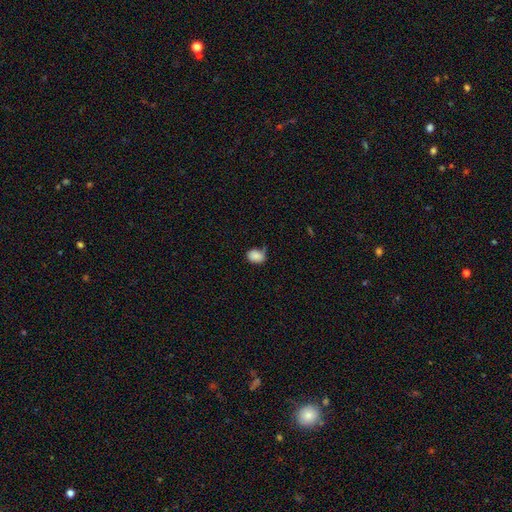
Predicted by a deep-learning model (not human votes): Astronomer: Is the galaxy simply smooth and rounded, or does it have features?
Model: smooth — 85%.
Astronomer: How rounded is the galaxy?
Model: in between — 70%.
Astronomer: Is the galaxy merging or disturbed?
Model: none — 53% (runner-up: minor disturbance, 32%).